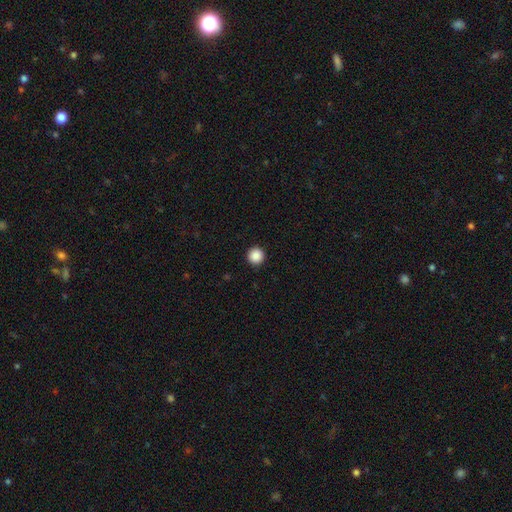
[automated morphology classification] Overall: smooth (89%). How rounded: round (96%). Merging: none (94%).